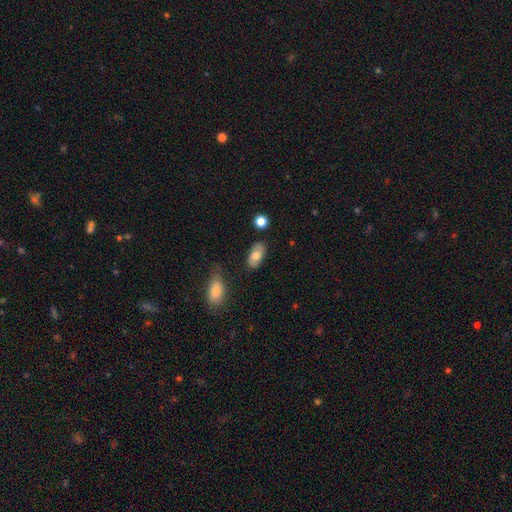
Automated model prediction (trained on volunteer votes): This appears to be a smooth galaxy with no disk features (74%) that is in between round and cigar-shaped (92%). Merging: none (79%).